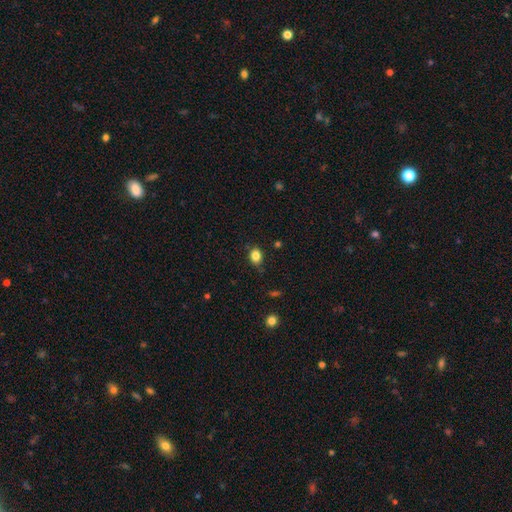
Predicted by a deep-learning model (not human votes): Q: Smooth or featured?
A: smooth (84%); runner-up: star or artifact (10%)
Q: How rounded?
A: in between (59%); runner-up: round (39%)
Q: Merging?
A: none (79%); runner-up: minor disturbance (16%)